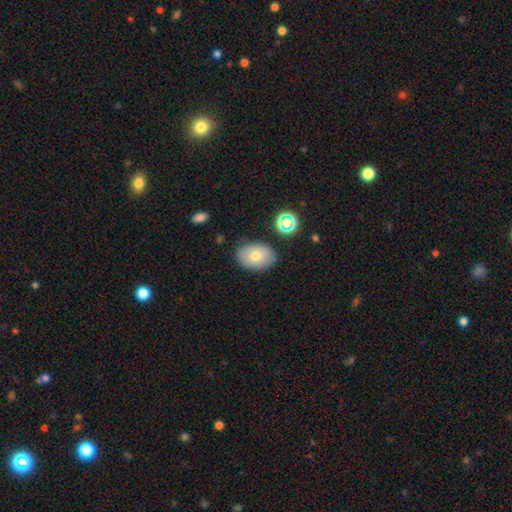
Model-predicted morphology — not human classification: Smooth or featured: smooth — 71% (featured or disk — 19%)
How rounded: in between — 80% (round — 19%)
Merging: none — 81% (minor disturbance — 14%)